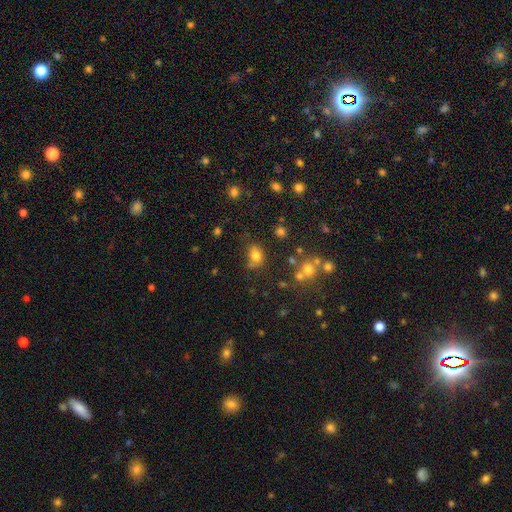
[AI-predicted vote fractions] smooth-or-featured: smooth: 76% | star or artifact: 15% | featured or disk: 10%
  how-rounded: in between: 61% | round: 38% | cigar-shaped: 1%
  merging: none: 58% | minor disturbance: 22% | merger: 12% | major disturbance: 8%